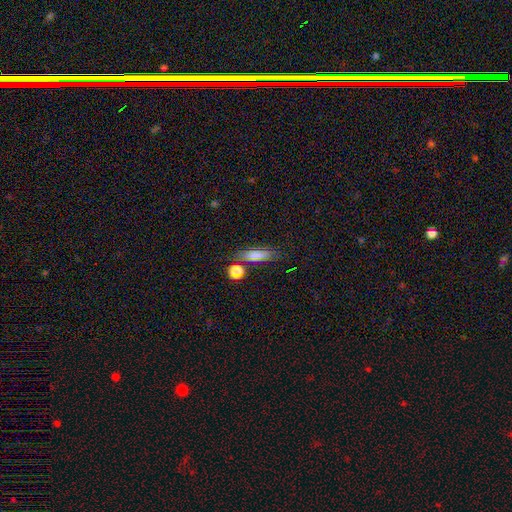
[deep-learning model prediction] Overall: smooth (74%). How rounded: cigar-shaped (56%; in between 38%). Merging: none (76%).